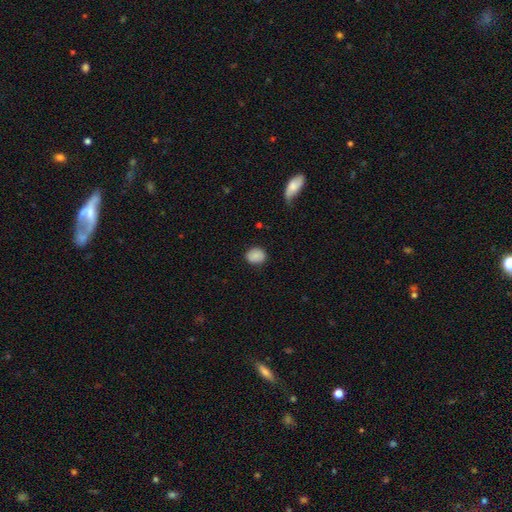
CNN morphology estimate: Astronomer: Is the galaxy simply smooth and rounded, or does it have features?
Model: smooth — 85%.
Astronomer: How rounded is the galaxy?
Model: round — 62% (runner-up: in between, 37%).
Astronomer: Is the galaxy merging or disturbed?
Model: none — 84%.